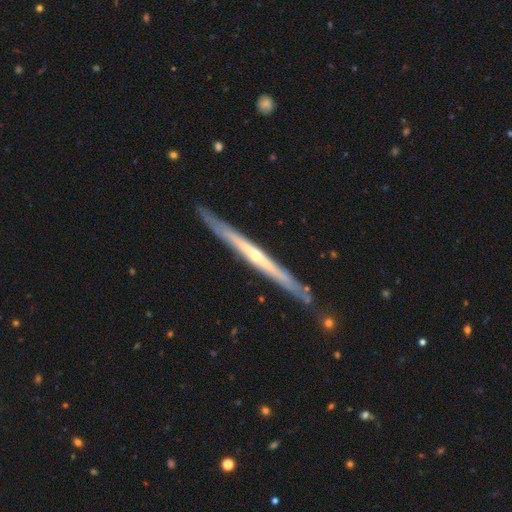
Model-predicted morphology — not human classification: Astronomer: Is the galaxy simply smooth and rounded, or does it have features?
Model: featured or disk — 80%.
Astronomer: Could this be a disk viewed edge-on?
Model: yes — 96%.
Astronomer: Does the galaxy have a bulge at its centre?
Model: rounded — 64%.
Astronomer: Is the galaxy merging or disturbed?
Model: none — 87%.